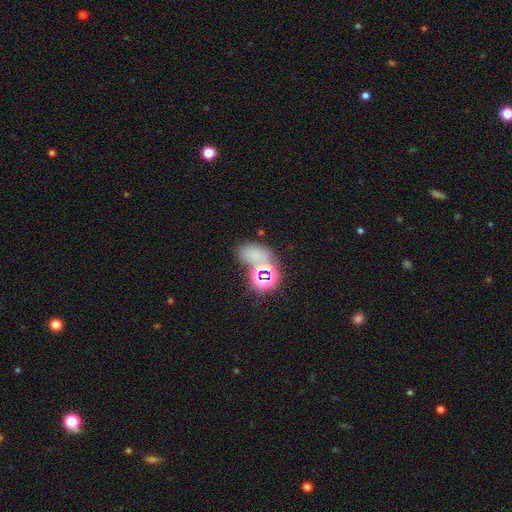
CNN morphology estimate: A smooth galaxy with no disk features (50%).

Vote fractions:
- Smooth or featured? smooth: 50% / star or artifact: 38% / featured or disk: 12%
- Merging? none: 50% / merger: 25% / minor disturbance: 15% / major disturbance: 10%